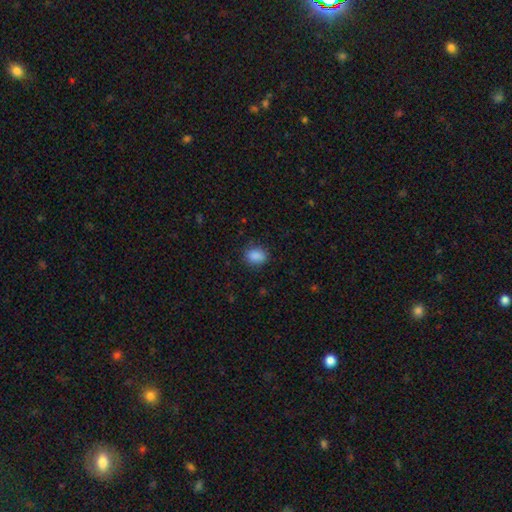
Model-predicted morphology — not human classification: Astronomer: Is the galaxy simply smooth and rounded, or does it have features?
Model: smooth — 87%.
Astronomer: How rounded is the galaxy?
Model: in between — 56% (runner-up: round, 43%).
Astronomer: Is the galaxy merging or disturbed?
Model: none — 81%.